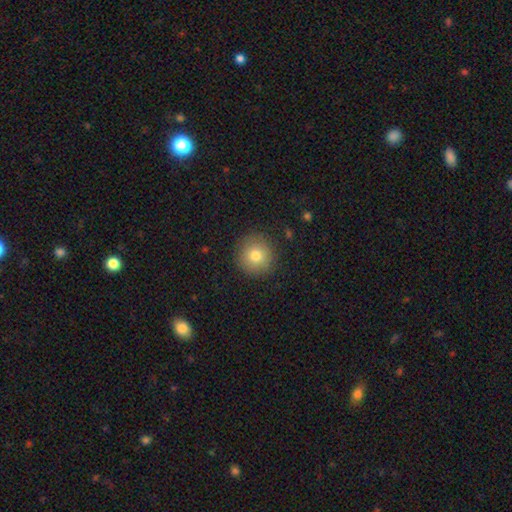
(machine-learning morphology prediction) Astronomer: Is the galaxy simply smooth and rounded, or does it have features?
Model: smooth — 79%.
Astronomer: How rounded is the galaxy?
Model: round — 94%.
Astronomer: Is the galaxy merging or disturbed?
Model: none — 89%.